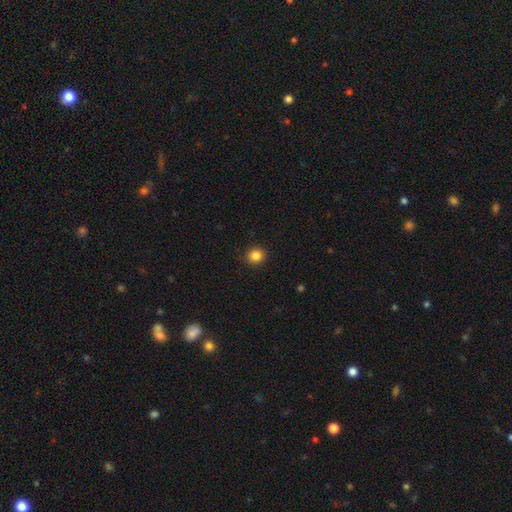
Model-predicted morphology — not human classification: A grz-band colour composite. It shows a smooth galaxy with no disk features (85%) that is round (90%). Merging: none (90%).